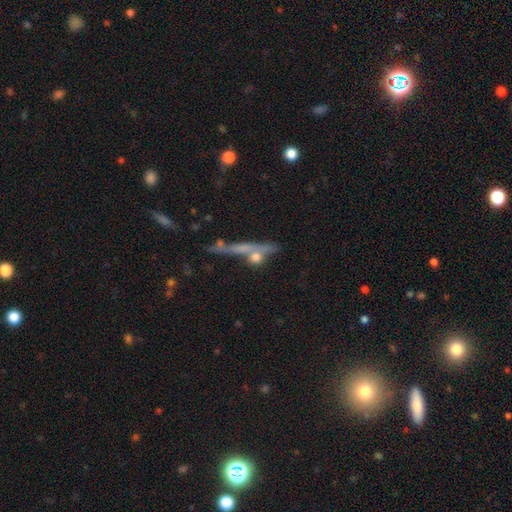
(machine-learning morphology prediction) smooth-or-featured: smooth: 56% | featured or disk: 31% | star or artifact: 13%
  how-rounded: round: 46% | cigar-shaped: 36% | in between: 18%
  merging: none: 49% | merger: 28% | minor disturbance: 13% | major disturbance: 10%